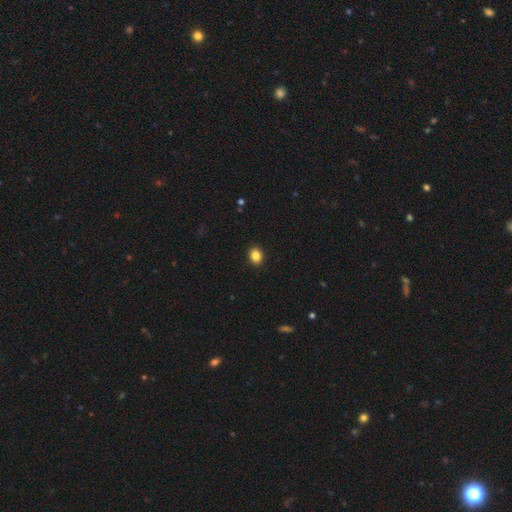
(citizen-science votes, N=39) smooth-or-featured: smooth: 90% | featured or disk: 5% | star or artifact: 5%
  how-rounded: in between: 57% | round: 43% | cigar-shaped: 0%
  merging: none: 86% | minor disturbance: 8% | major disturbance: 3% | merger: 3%